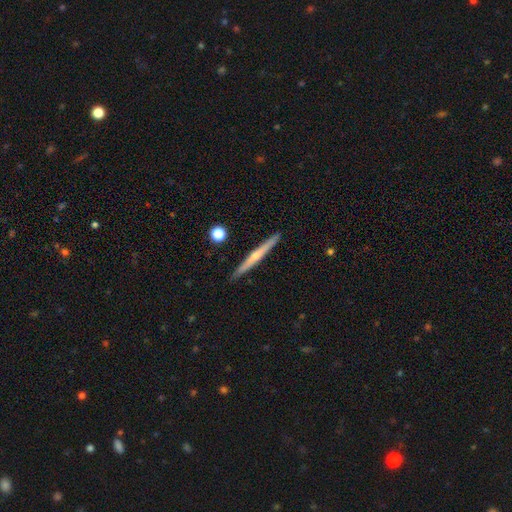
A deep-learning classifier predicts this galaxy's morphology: Smooth or featured? Predicted: featured or disk (p=0.66). Edge-on disk? Predicted: yes (p=0.98). Edge-on bulge? Predicted: rounded (p=0.68). Merging? Predicted: none (p=0.91).